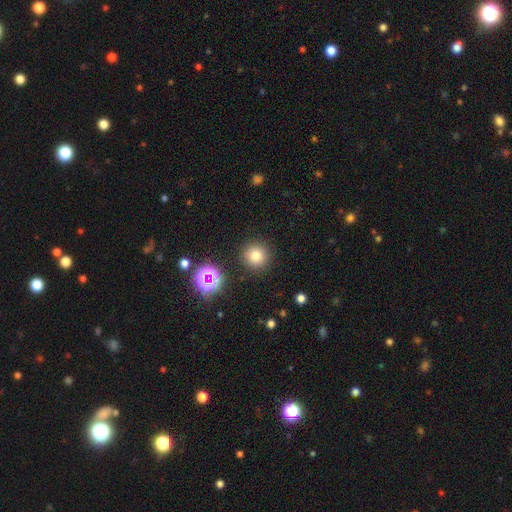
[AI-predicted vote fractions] The model was most divided on "smooth or featured": smooth: 75%, star or artifact: 17%, featured or disk: 7%. More confident: how rounded — round (95%); merging — none (89%).